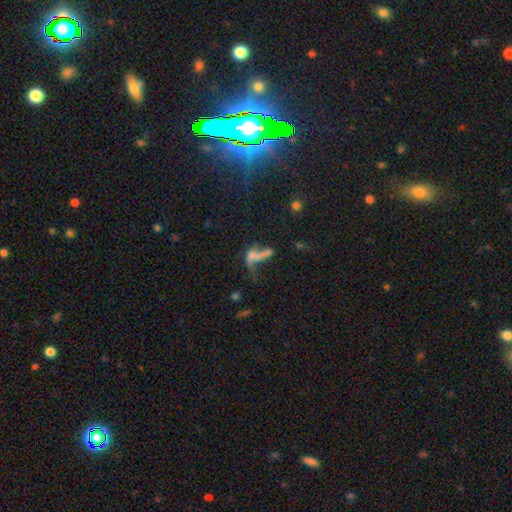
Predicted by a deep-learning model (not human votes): Smooth or featured: smooth — 42% (featured or disk — 36%)
Merging: merger — 40% (major disturbance — 31%)